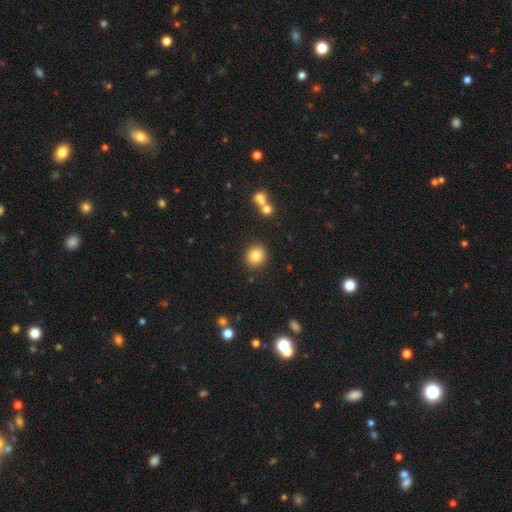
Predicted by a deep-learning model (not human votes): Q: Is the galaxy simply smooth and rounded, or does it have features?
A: smooth — 82%.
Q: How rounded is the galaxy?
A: round — 87%.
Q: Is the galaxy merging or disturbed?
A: none — 88%.